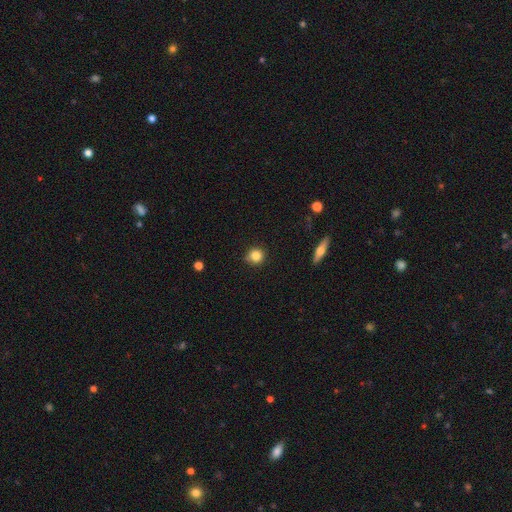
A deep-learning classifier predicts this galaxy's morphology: This is clearly a smooth galaxy (84%). How rounded: clearly round (91%). Merging: clearly none (85%).